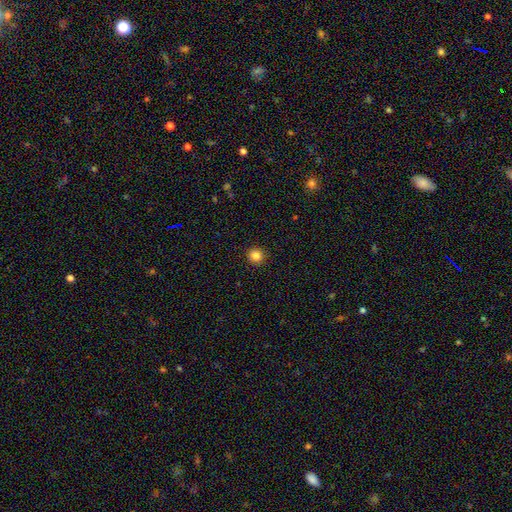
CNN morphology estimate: Smooth or featured? Predicted: smooth (p=0.84). How rounded? Predicted: round (p=0.93). Merging? Predicted: none (p=0.93).